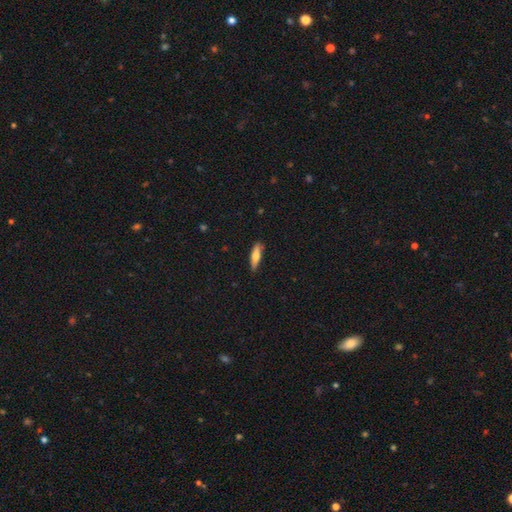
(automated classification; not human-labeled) The model was most divided on "smooth or featured": smooth: 64%, featured or disk: 30%, star or artifact: 6%. More confident: merging — none (83%); how rounded — cigar-shaped (73%).